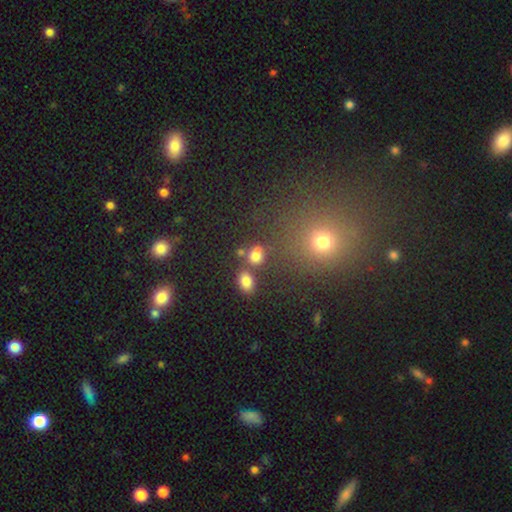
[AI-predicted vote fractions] Smooth or featured?
  - smooth: 76% *
  - star or artifact: 16%
  - featured or disk: 8%
How rounded?
  - in between: 56% *
  - round: 42%
  - cigar-shaped: 2%
Merging?
  - none: 59% *
  - merger: 23%
  - minor disturbance: 12%
  - major disturbance: 6%